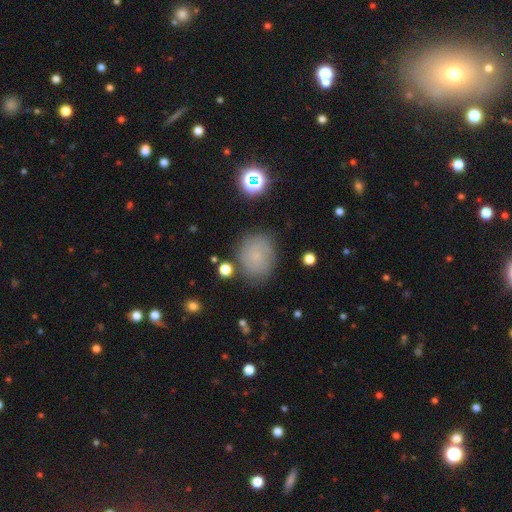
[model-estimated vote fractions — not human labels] smooth_or_featured: smooth (p=0.59) [alt: featured or disk p=0.25]
how_rounded: round (p=0.70) [alt: in between p=0.29]
merging: none (p=0.77) [alt: minor disturbance p=0.15]